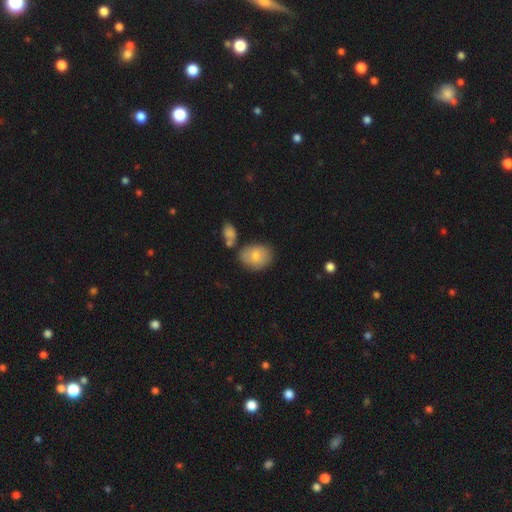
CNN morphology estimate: Smooth or featured? smooth (79%)
How rounded? in between (73%)
Merging? none (65%)